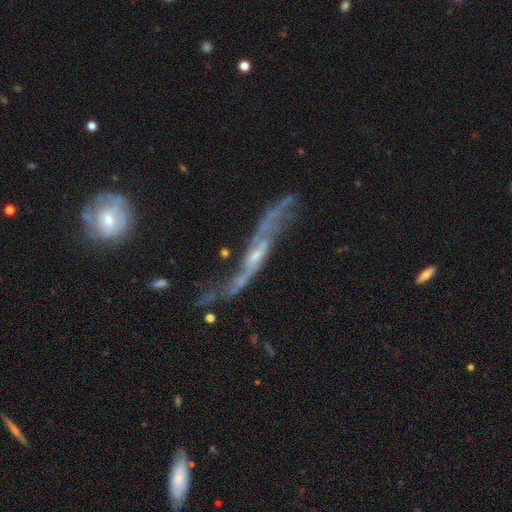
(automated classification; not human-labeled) The model was most divided on "edge-on disk": no: 56%, yes: 44%. Remaining: smooth or featured — featured or disk (80%); merging — none (43%).